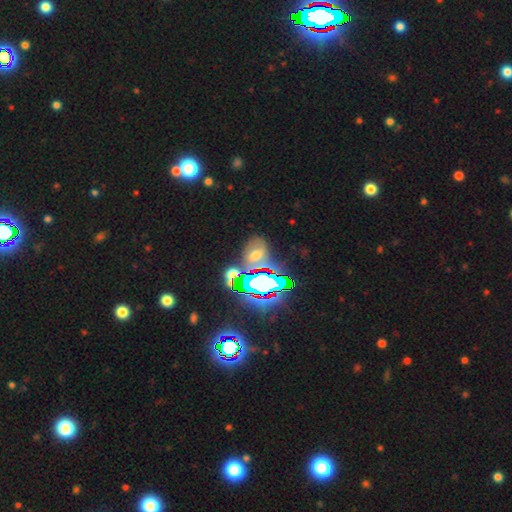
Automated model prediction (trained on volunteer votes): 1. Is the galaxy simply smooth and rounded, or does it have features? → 43% star or artifact, 33% smooth, 24% featured or disk.